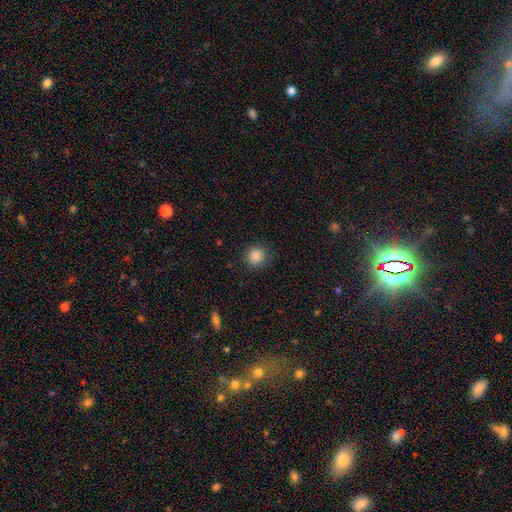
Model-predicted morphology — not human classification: smooth_or_featured: smooth (p=0.86) [alt: star or artifact p=0.10]
how_rounded: round (p=0.91) [alt: in between p=0.08]
merging: none (p=0.88) [alt: minor disturbance p=0.08]